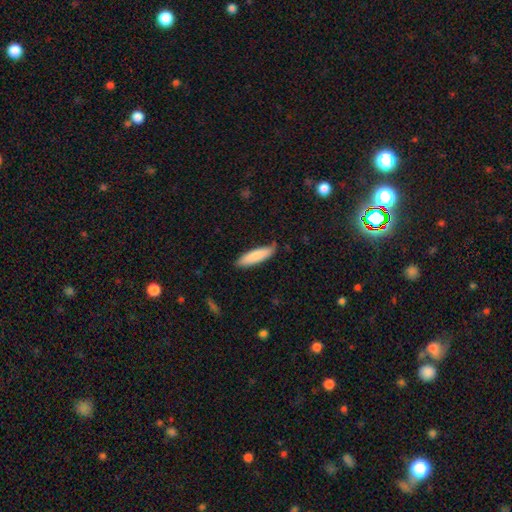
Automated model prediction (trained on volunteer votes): Overall: smooth (83%). How rounded: cigar-shaped (67%; in between 31%). Merging: none (79%).